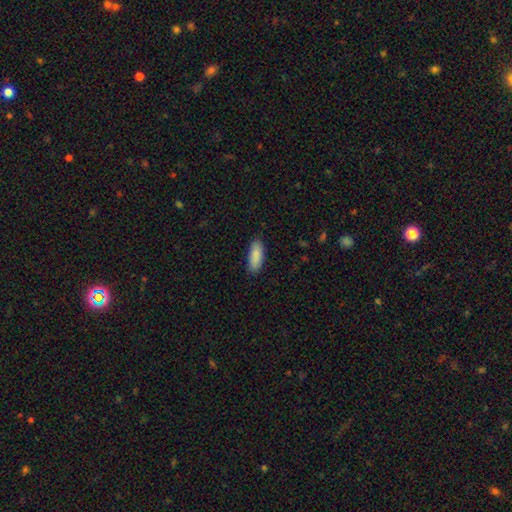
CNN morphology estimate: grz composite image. It shows a smooth galaxy with no disk features (90%) that is in between round and cigar-shaped (78%). Merging: none (87%).